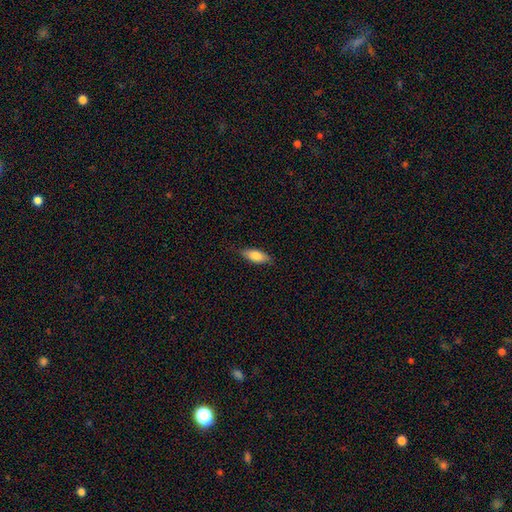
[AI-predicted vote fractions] Smooth or featured?
  - smooth: 80% *
  - featured or disk: 14%
  - star or artifact: 6%
How rounded?
  - in between: 77% *
  - cigar-shaped: 21%
  - round: 2%
Merging?
  - none: 83% *
  - minor disturbance: 13%
  - major disturbance: 3%
  - merger: 1%